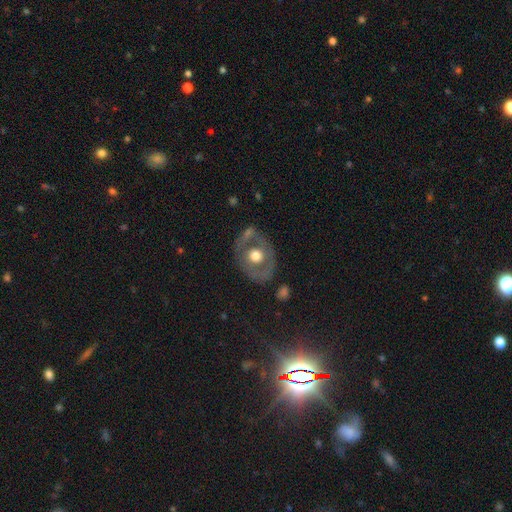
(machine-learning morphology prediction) type=featured or disk (53%); edge-on=no (93%); merging=none (72%).